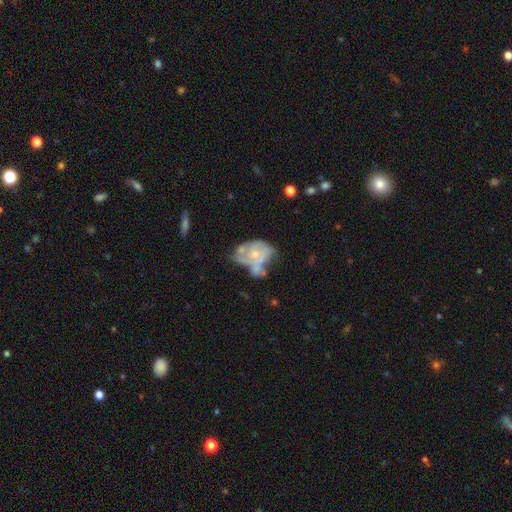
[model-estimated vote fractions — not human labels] Q: Smooth or featured?
A: featured or disk (59%); runner-up: smooth (33%)
Q: Edge-on disk?
A: no (97%); runner-up: yes (3%)
Q: Bar?
A: no (87%); runner-up: weak (11%)
Q: Spiral arms?
A: no (73%); runner-up: yes (27%)
Q: Bulge size?
A: small (48%); runner-up: moderate (37%)
Q: Merging?
A: merger (38%); runner-up: major disturbance (25%)